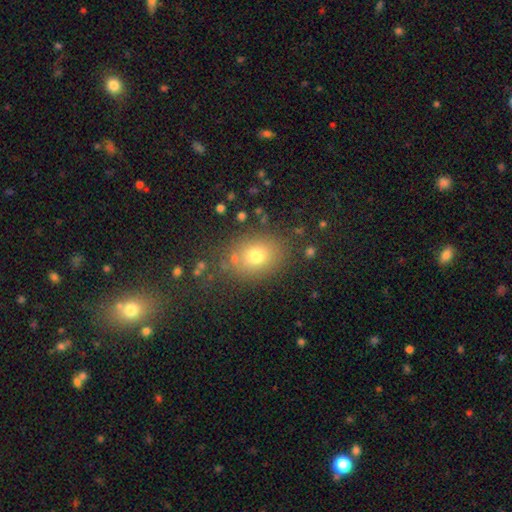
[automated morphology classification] Smooth or featured? smooth (73%)
How rounded? in between (56%)
Merging? none (78%)